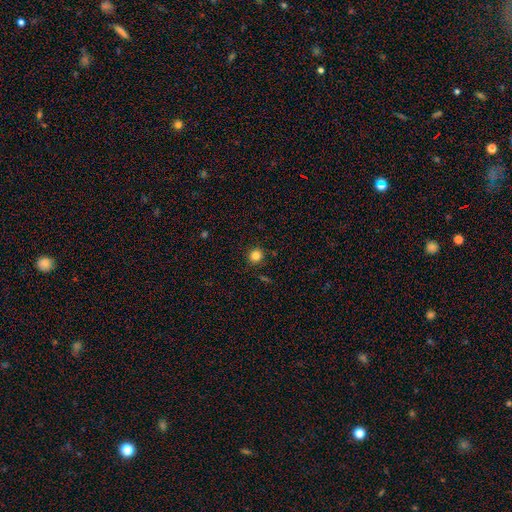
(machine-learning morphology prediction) smooth 83%, star or artifact 12%, featured or disk 5%. Down the decision tree: how rounded — round (92%); merging — none (89%).